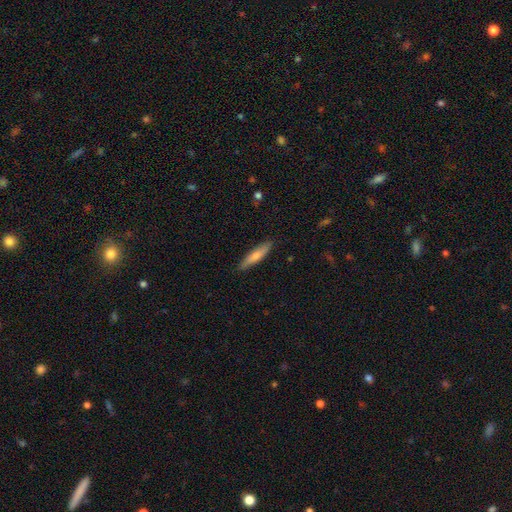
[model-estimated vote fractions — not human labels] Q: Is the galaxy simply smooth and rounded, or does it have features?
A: smooth — 69%.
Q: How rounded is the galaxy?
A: cigar-shaped — 82%.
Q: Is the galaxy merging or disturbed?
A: none — 86%.